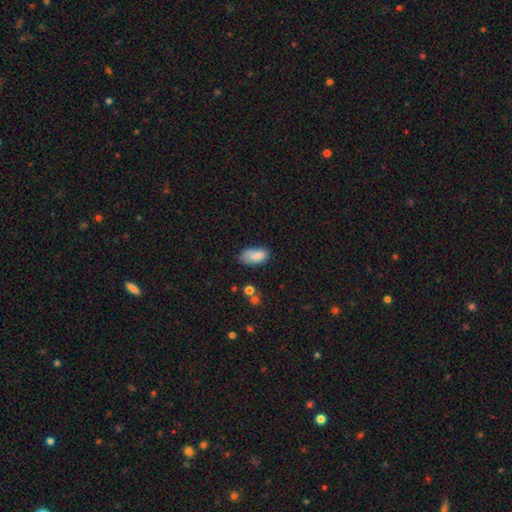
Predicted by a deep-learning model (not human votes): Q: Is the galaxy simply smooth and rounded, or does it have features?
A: smooth — 82%.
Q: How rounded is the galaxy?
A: in between — 92%.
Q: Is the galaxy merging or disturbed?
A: none — 49%.